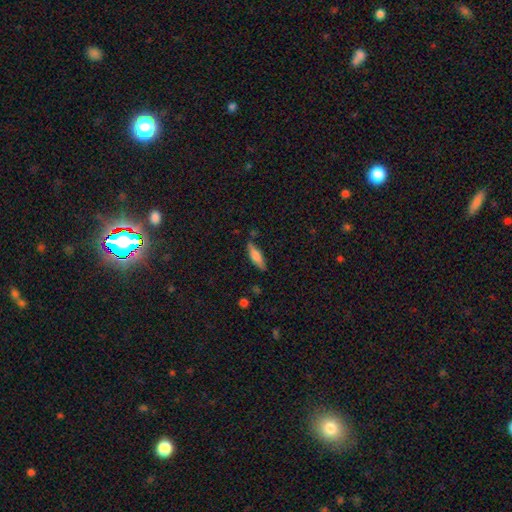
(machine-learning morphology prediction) smooth 66%, featured or disk 27%, star or artifact 7%. Down the decision tree: how rounded — cigar-shaped (58%); merging — none (76%).